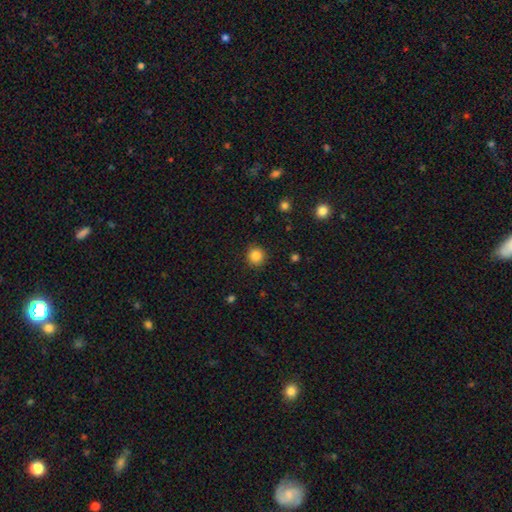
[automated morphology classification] Smooth or featured? smooth (85%)
How rounded? round (92%)
Merging? none (91%)